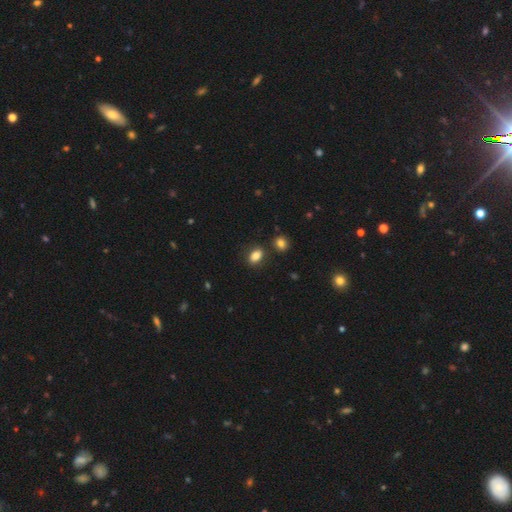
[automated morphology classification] A smooth galaxy with no disk features (85%) that is in between round and cigar-shaped (82%).

Vote fractions:
- Smooth or featured? smooth: 85% / star or artifact: 9% / featured or disk: 5%
- How rounded? in between: 82% / round: 16% / cigar-shaped: 3%
- Merging? none: 81% / minor disturbance: 11% / merger: 6% / major disturbance: 3%